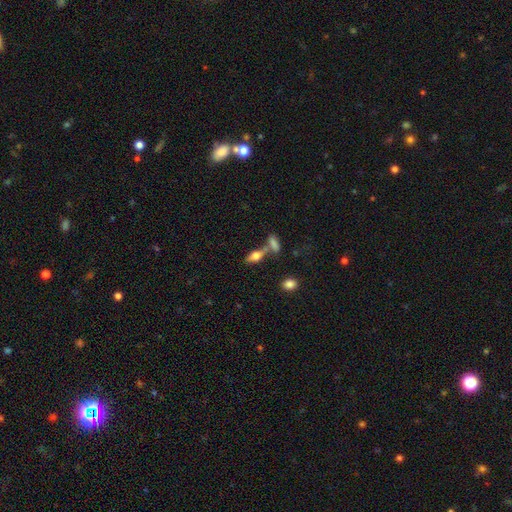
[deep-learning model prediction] Q: Smooth or featured?
A: smooth (63%); runner-up: featured or disk (28%)
Q: How rounded?
A: in between (69%); runner-up: cigar-shaped (27%)
Q: Merging?
A: none (51%); runner-up: merger (33%)